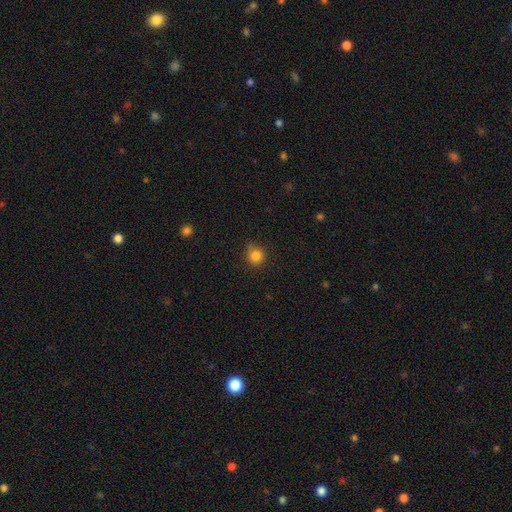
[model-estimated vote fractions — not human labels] Smooth or featured? Predicted: smooth (p=0.84). How rounded? Predicted: round (p=0.90). Merging? Predicted: none (p=0.76).